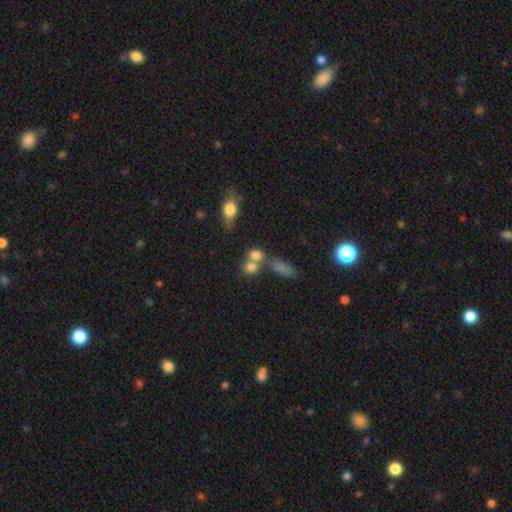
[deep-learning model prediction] Smooth or featured: smooth — 75% (star or artifact — 13%)
How rounded: round — 63% (in between — 34%)
Merging: merger — 47% (none — 39%)